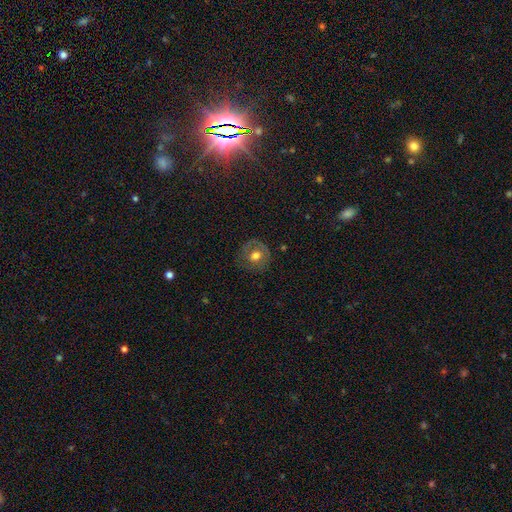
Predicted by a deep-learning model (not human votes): This is possibly a smooth galaxy (53%). How rounded: clearly round (87%). Merging: likely none (74%).